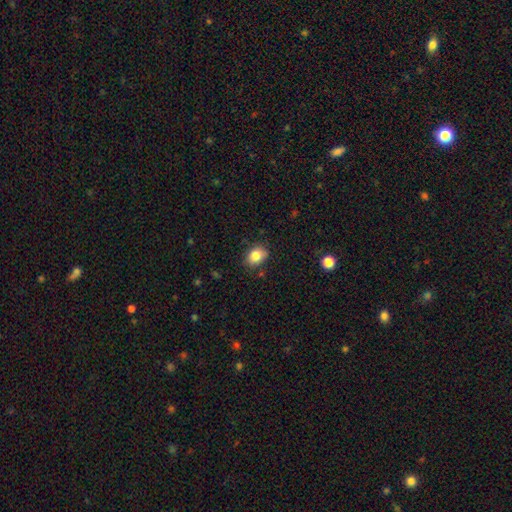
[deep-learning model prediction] A smooth galaxy with no disk features (83%) that is in between round and cigar-shaped (60%). Merging: none (81%).